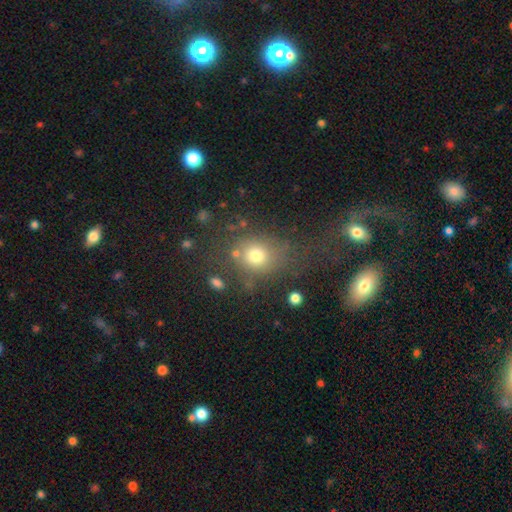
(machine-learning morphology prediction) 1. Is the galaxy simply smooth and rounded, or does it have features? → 72% smooth, 16% star or artifact, 11% featured or disk.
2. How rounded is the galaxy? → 67% round, 31% in between, 2% cigar-shaped.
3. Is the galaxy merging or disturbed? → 67% none, 15% minor disturbance, 11% major disturbance, 7% merger.